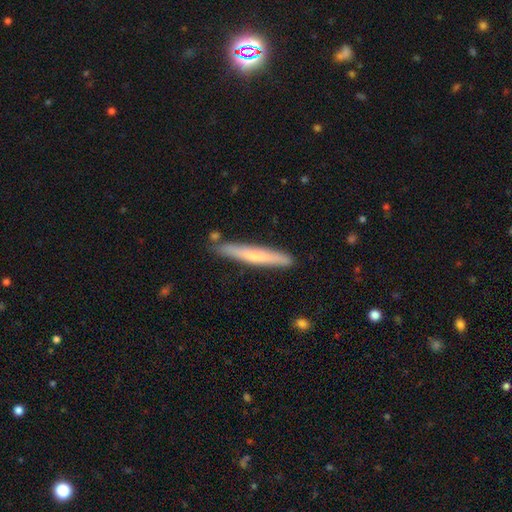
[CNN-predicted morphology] Smooth or featured?
  - smooth: 58% *
  - featured or disk: 37%
  - star or artifact: 6%
How rounded?
  - cigar-shaped: 95% *
  - in between: 4%
  - round: 1%
Merging?
  - none: 84% *
  - minor disturbance: 11%
  - merger: 3%
  - major disturbance: 2%